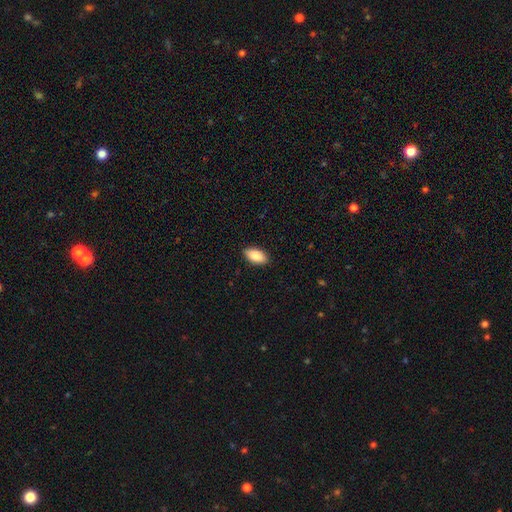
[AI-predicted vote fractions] smooth 89%, star or artifact 6%, featured or disk 5%. Down the decision tree: how rounded — in between (93%); merging — none (90%).